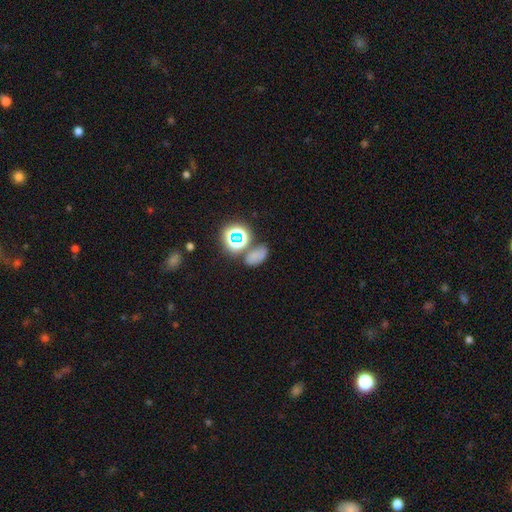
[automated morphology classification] The model was most divided on "smooth or featured": smooth: 60%, star or artifact: 29%, featured or disk: 11%. More confident: how rounded — in between (80%); merging — none (60%).